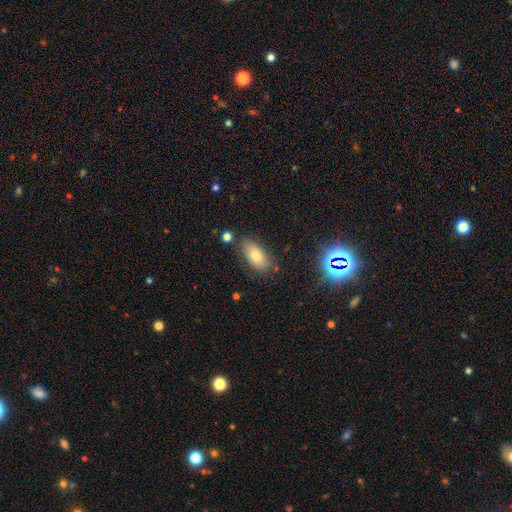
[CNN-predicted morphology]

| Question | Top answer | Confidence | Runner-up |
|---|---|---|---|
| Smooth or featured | smooth | 74% | featured or disk (16%) |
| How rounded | in between | 89% | cigar-shaped (7%) |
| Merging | none | 79% | minor disturbance (14%) |